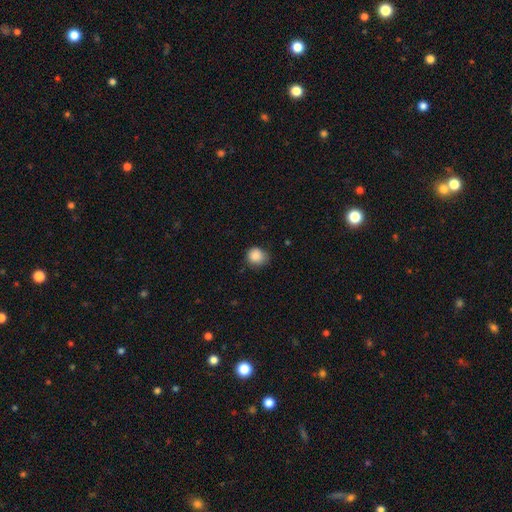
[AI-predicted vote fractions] Smooth or featured?
  - smooth: 87% *
  - star or artifact: 9%
  - featured or disk: 4%
How rounded?
  - round: 82% *
  - in between: 17%
  - cigar-shaped: 1%
Merging?
  - none: 65% *
  - minor disturbance: 29%
  - major disturbance: 5%
  - merger: 1%